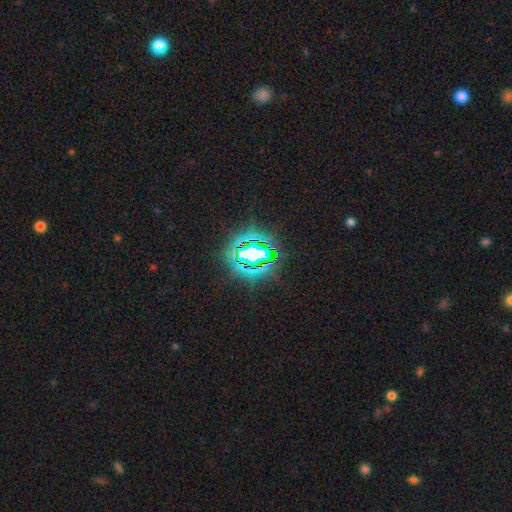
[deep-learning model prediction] Overall: star or artifact (74%).